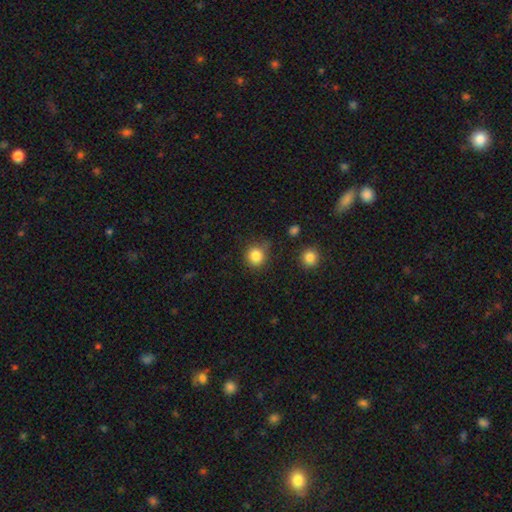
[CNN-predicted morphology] Smooth or featured? Predicted: smooth (p=0.85). How rounded? Predicted: round (p=0.89). Merging? Predicted: none (p=0.76).